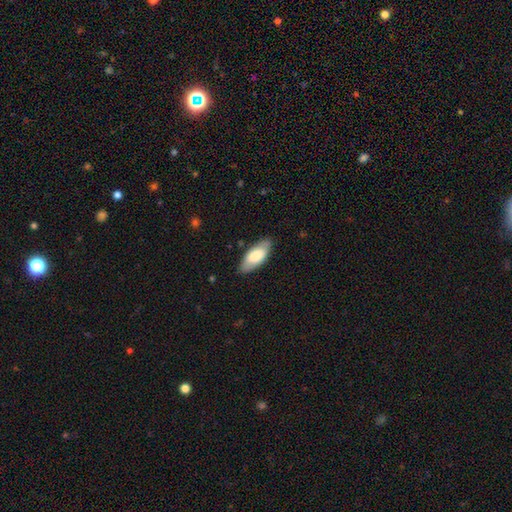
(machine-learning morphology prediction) Smooth or featured? smooth (76%)
How rounded? in between (85%)
Merging? none (84%)